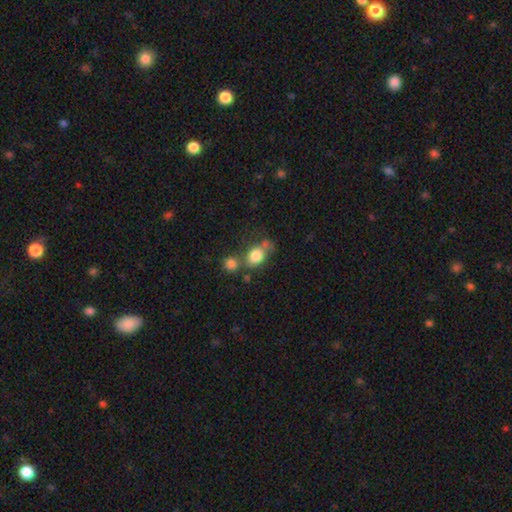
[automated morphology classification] Smooth or featured? smooth (80%)
How rounded? in between (51%)
Merging? none (44%)